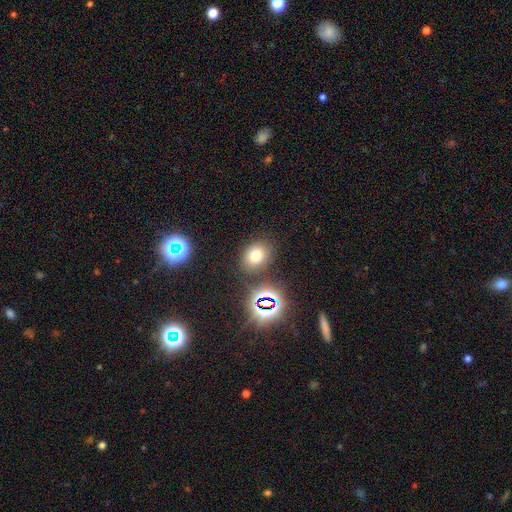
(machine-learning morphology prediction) A smooth galaxy with no disk features (70%) that is in between round and cigar-shaped (52%).

Vote fractions:
- Smooth or featured? smooth: 70% / star or artifact: 22% / featured or disk: 8%
- How rounded? in between: 52% / round: 47% / cigar-shaped: 1%
- Merging? none: 79% / minor disturbance: 12% / merger: 5% / major disturbance: 4%